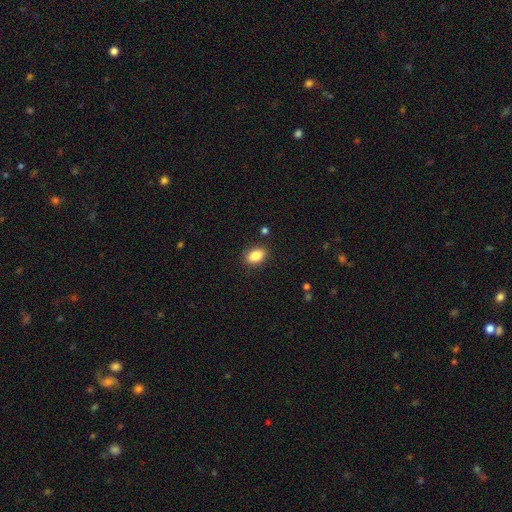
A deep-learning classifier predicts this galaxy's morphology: A smooth galaxy with no disk features (86%) that is in between round and cigar-shaped (85%).

Vote fractions:
- Smooth or featured? smooth: 86% / star or artifact: 9% / featured or disk: 6%
- How rounded? in between: 85% / round: 13% / cigar-shaped: 2%
- Merging? none: 87% / minor disturbance: 9% / major disturbance: 2% / merger: 2%